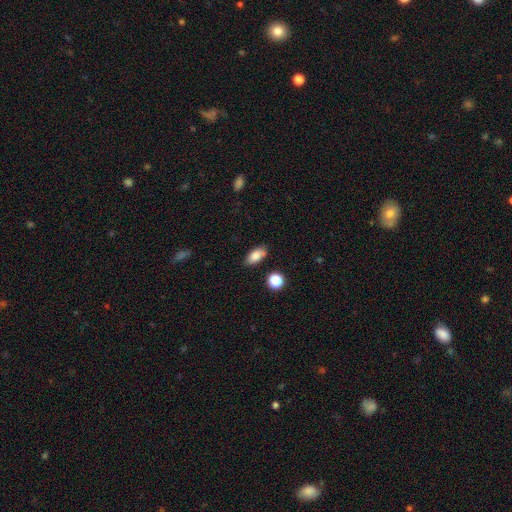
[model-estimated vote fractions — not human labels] Smooth or featured: smooth — 83% (star or artifact — 9%)
How rounded: in between — 86% (cigar-shaped — 8%)
Merging: none — 79% (minor disturbance — 14%)